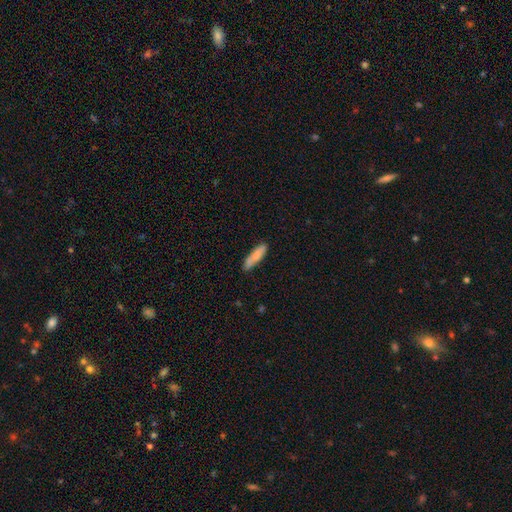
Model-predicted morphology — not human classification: smooth 80%, featured or disk 14%, star or artifact 6%. Down the decision tree: how rounded — cigar-shaped (76%); merging — none (77%).